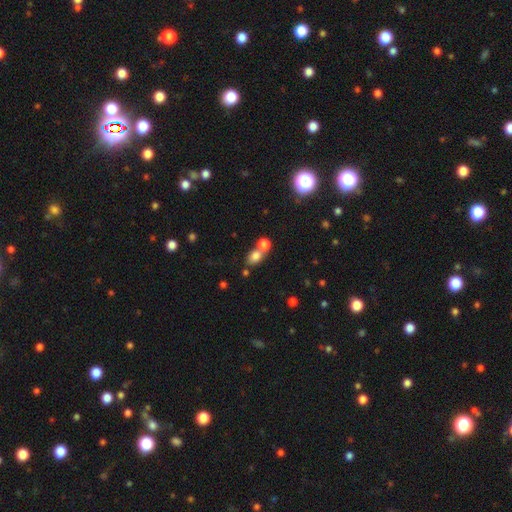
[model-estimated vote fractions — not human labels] The model was most divided on "merging": none: 46%, merger: 41%, minor disturbance: 9%, major disturbance: 4%. More confident: smooth or featured — smooth (78%); how rounded — in between (61%).